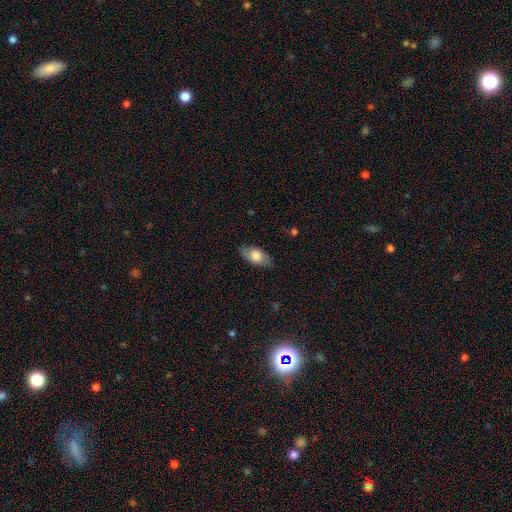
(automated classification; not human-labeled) This is likely a smooth galaxy (74%). How rounded: clearly in between (91%). Merging: clearly none (81%).